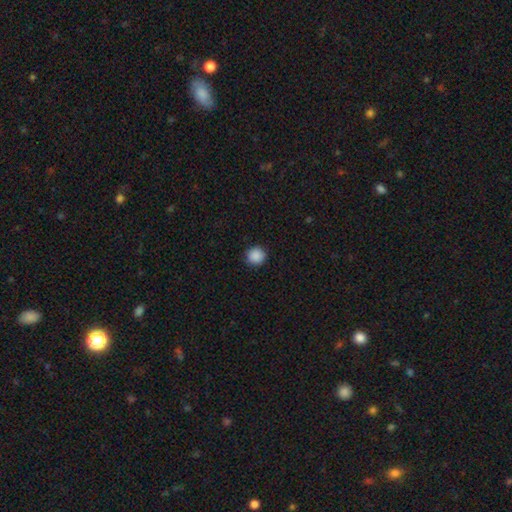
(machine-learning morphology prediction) A smooth galaxy with no disk features (89%) that is round (93%).

Vote fractions:
- Smooth or featured? smooth: 89% / star or artifact: 9% / featured or disk: 2%
- How rounded? round: 93% / in between: 6% / cigar-shaped: 1%
- Merging? none: 90% / minor disturbance: 7% / major disturbance: 2% / merger: 1%